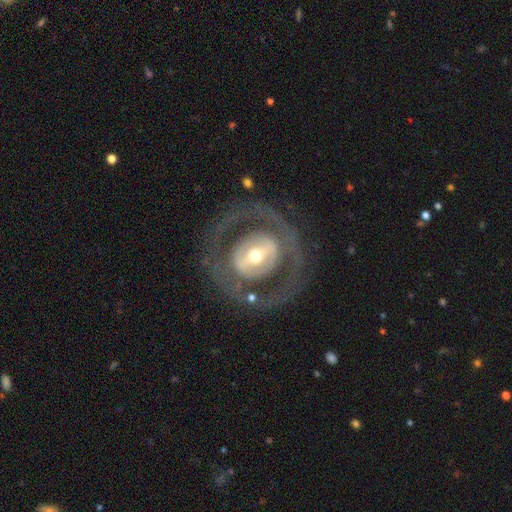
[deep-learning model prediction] Q: Smooth or featured?
A: featured or disk (73%); runner-up: smooth (22%)
Q: Edge-on disk?
A: no (94%); runner-up: yes (6%)
Q: Bar?
A: strong (36%); runner-up: no (34%)
Q: Spiral arms?
A: no (69%); runner-up: yes (31%)
Q: Bulge size?
A: moderate (57%); runner-up: small (33%)
Q: Merging?
A: none (75%); runner-up: major disturbance (13%)